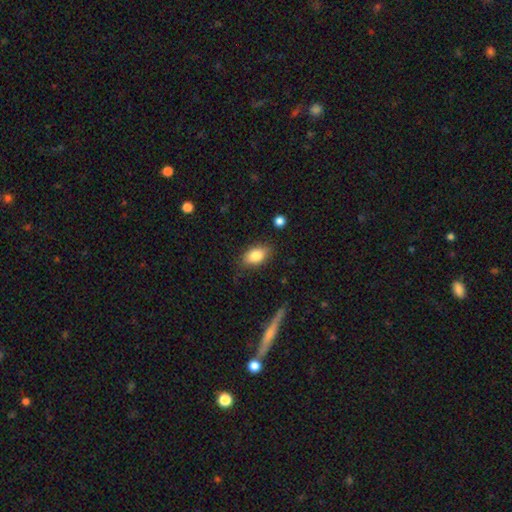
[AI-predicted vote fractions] The model was most divided on "merging": none: 79%, minor disturbance: 16%, major disturbance: 4%, merger: 2%. More confident: how rounded — in between (87%); smooth or featured — smooth (83%).